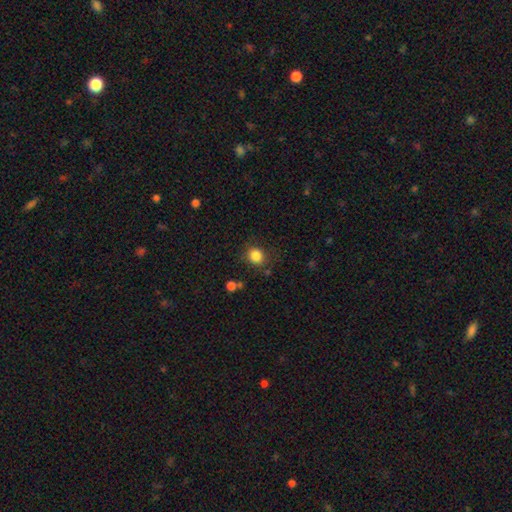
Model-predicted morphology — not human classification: smooth_or_featured: smooth (p=0.85) [alt: star or artifact p=0.11]
how_rounded: round (p=0.81) [alt: in between p=0.18]
merging: none (p=0.81) [alt: minor disturbance p=0.11]